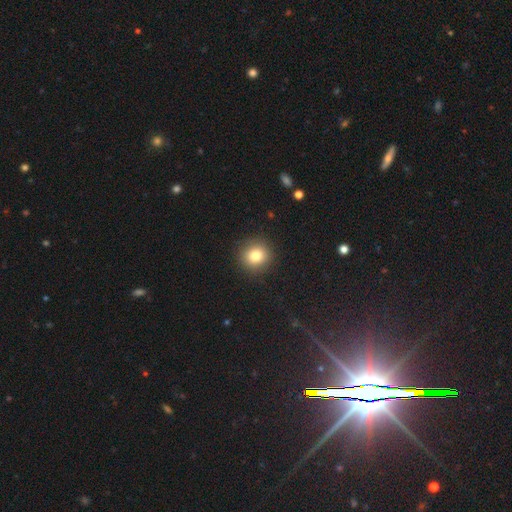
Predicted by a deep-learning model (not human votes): smooth-or-featured: smooth: 82% | star or artifact: 11% | featured or disk: 7%
  how-rounded: round: 89% | in between: 10% | cigar-shaped: 1%
  merging: none: 91% | minor disturbance: 6% | major disturbance: 2% | merger: 1%